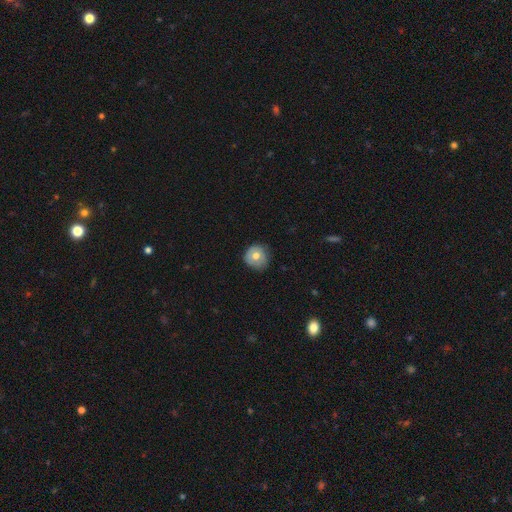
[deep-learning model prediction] Smooth or featured? Predicted: smooth (p=0.65). How rounded? Predicted: round (p=0.91). Merging? Predicted: none (p=0.76).